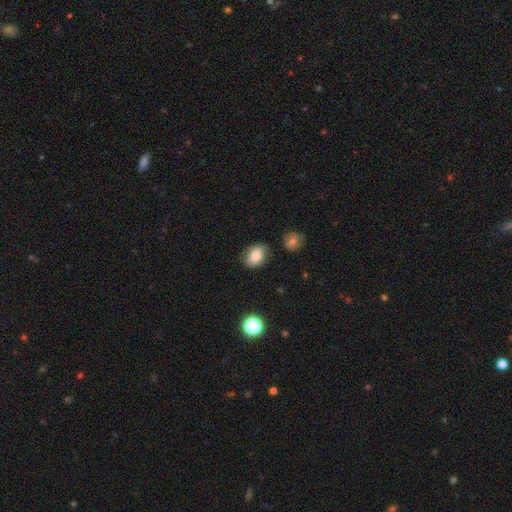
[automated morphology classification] type=smooth (79%); roundness=in between (72%); merging=none (77%).